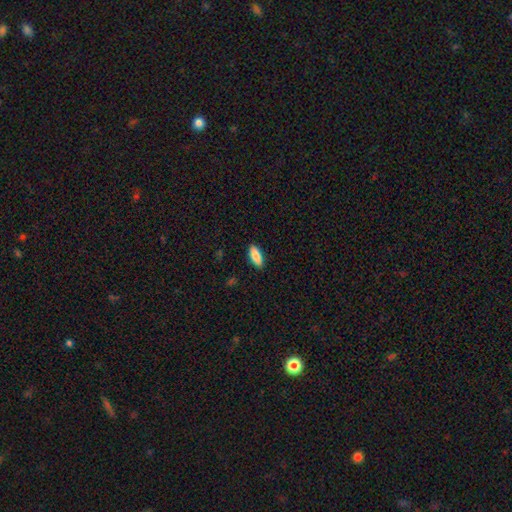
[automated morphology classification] Smooth or featured? smooth (88%)
How rounded? in between (78%)
Merging? none (89%)